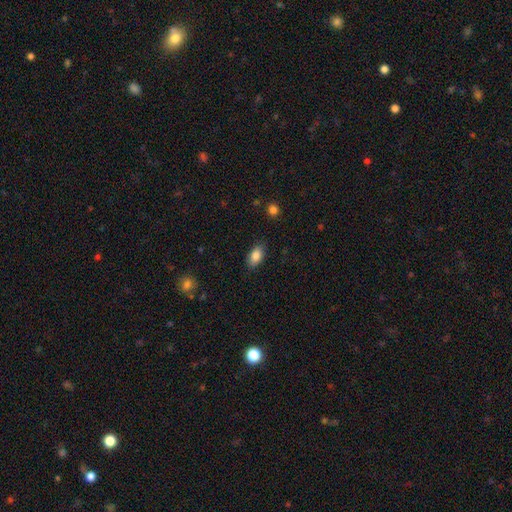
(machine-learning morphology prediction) smooth 86%, star or artifact 8%, featured or disk 7%. Down the decision tree: how rounded — in between (91%); merging — none (86%).